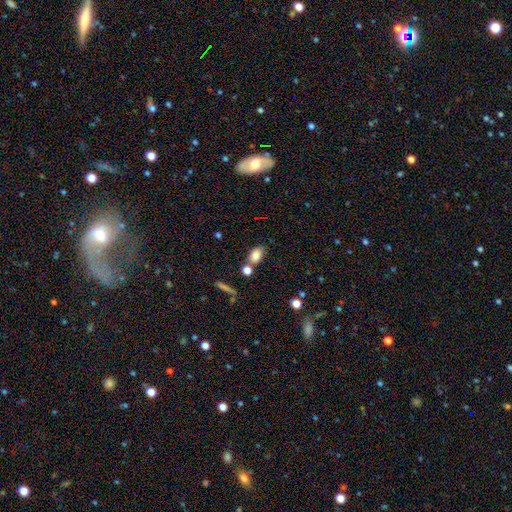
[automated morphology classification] This is clearly a smooth galaxy (83%). How rounded: clearly in between (84%). Merging: likely none (62%).